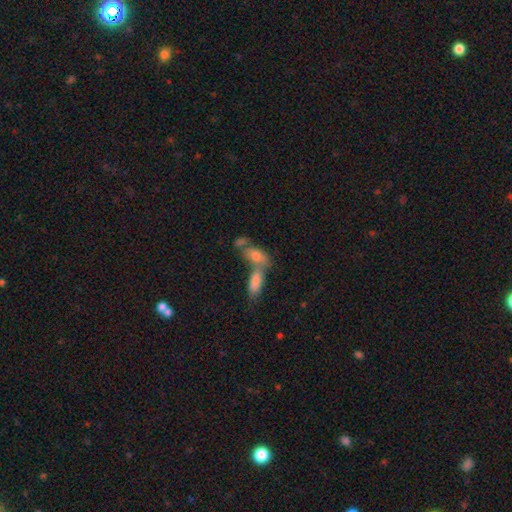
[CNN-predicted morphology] type=smooth (74%); roundness=in between (83%); merging=merger (59%).